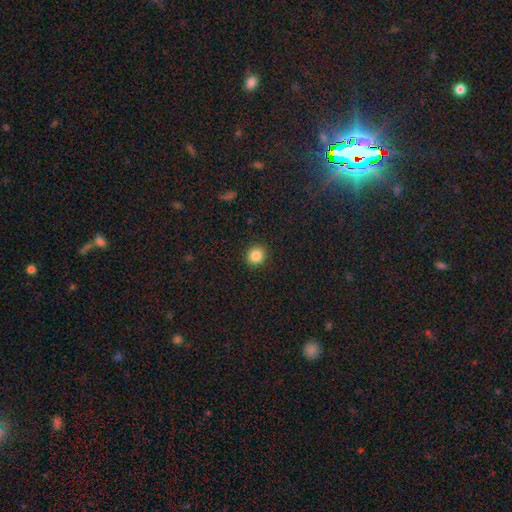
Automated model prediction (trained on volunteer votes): Overall: smooth (86%). How rounded: round (88%). Merging: none (92%).